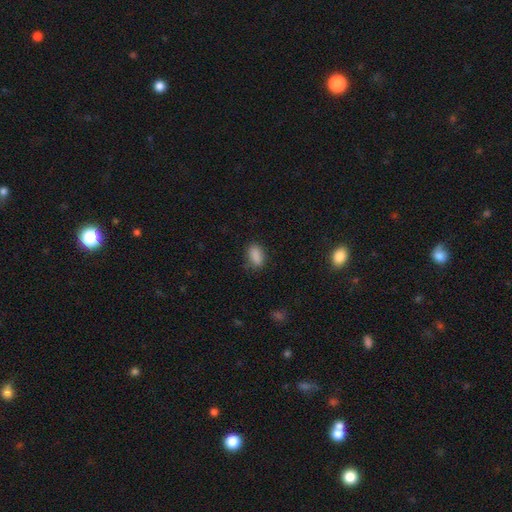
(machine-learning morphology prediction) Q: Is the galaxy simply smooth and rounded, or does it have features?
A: smooth — 87%.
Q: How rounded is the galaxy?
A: in between — 88%.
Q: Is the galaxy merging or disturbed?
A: none — 78%.